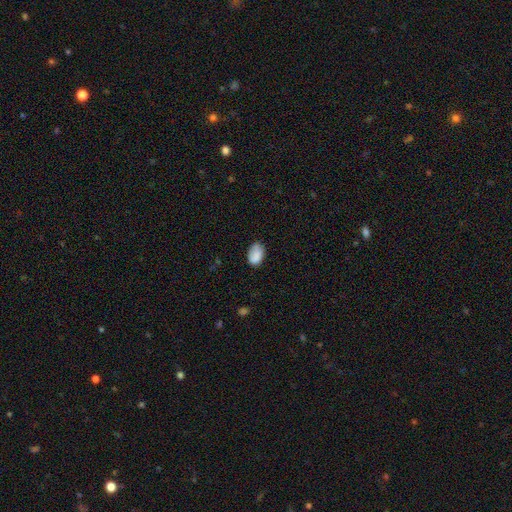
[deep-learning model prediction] Smooth or featured?
  - smooth: 87% *
  - star or artifact: 8%
  - featured or disk: 6%
How rounded?
  - in between: 89% *
  - round: 10%
  - cigar-shaped: 1%
Merging?
  - none: 70% *
  - minor disturbance: 24%
  - major disturbance: 5%
  - merger: 1%